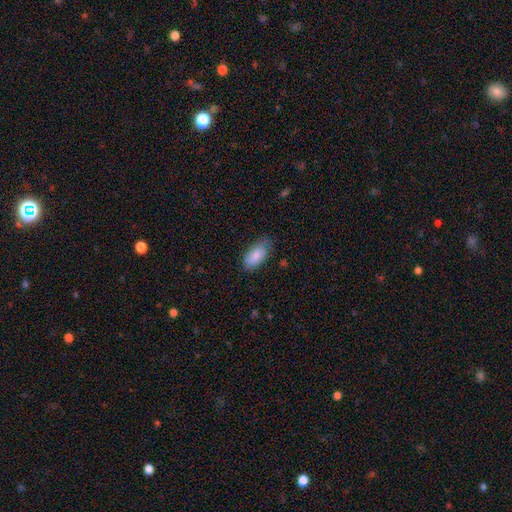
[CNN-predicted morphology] Smooth or featured? smooth (82%)
How rounded? in between (93%)
Merging? none (70%)